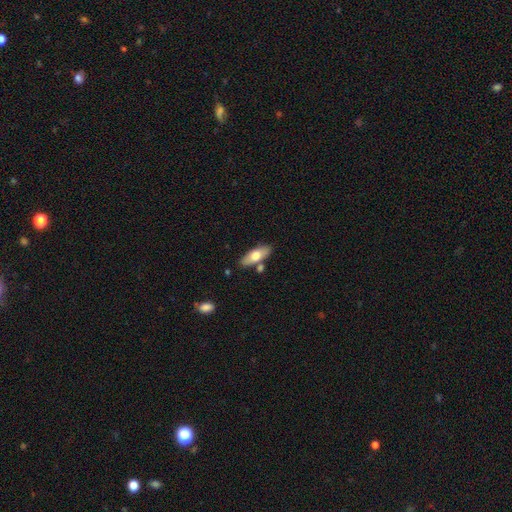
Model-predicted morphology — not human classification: Overall: smooth (66%; featured or disk 28%). How rounded: in between (74%). Merging: none (76%).